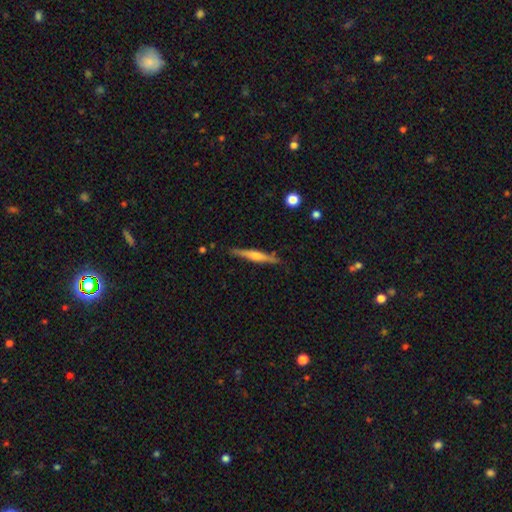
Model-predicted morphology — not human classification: Overall: featured or disk (64%; smooth 30%). Edge-on disk: yes (97%). Edge-on bulge: rounded (80%). Merging: none (86%).